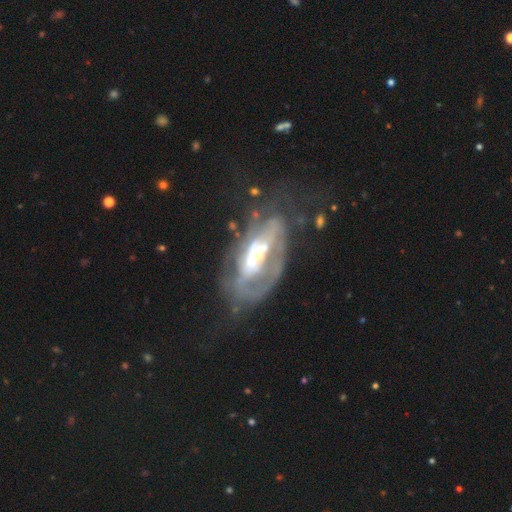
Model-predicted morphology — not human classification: This appears to be a featured or disk galaxy (76%) with no bar (48%), spiral arms (58%) and a small central bulge (41%). Merging: major disturbance (39%).